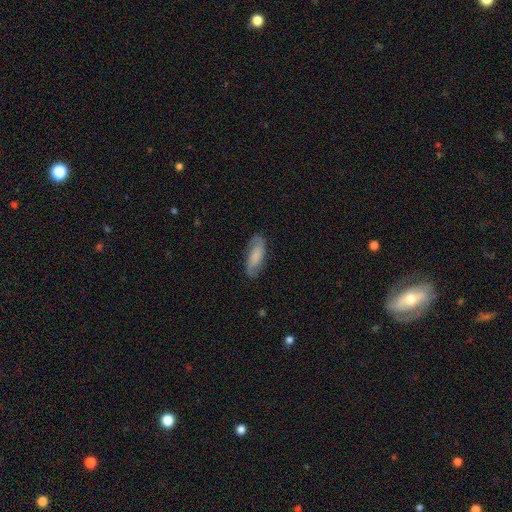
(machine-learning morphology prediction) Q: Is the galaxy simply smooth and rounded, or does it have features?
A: featured or disk — 56%.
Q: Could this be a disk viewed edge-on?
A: no — 91%.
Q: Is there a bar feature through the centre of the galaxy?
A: no — 57%.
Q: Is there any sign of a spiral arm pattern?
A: yes — 91%.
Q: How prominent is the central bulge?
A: none — 41%.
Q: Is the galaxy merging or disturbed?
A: none — 79%.